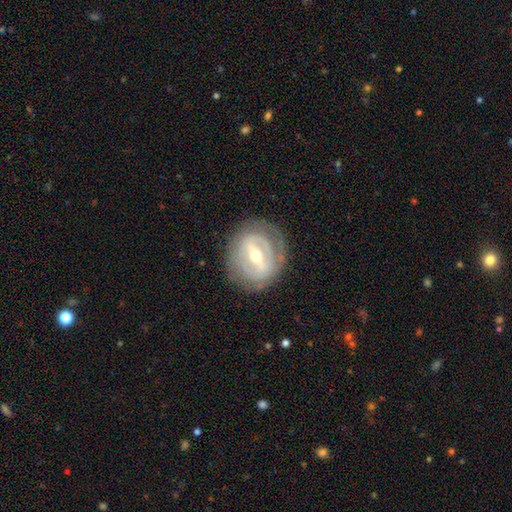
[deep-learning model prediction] smooth_or_featured: featured or disk (p=0.78) [alt: smooth p=0.17]
disk_edge_on: no (p=0.93) [alt: yes p=0.07]
bar: strong (p=0.60) [alt: weak p=0.30]
has_spiral_arms: yes (p=0.52) [alt: no p=0.48]
bulge_size: moderate (p=0.62) [alt: small p=0.33]
merging: none (p=0.79) [alt: minor disturbance p=0.14]